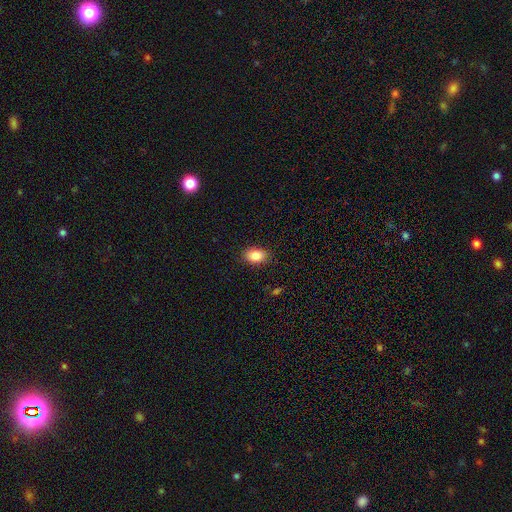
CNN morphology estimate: Q: Smooth or featured?
A: smooth (84%); runner-up: star or artifact (9%)
Q: How rounded?
A: in between (83%); runner-up: round (16%)
Q: Merging?
A: none (87%); runner-up: minor disturbance (10%)